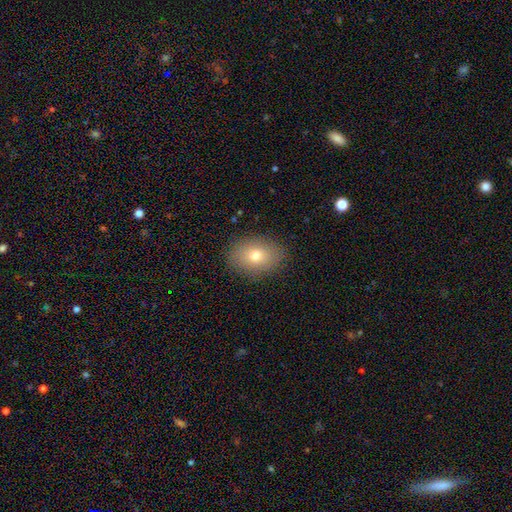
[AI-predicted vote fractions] Smooth or featured? Predicted: smooth (p=0.74). How rounded? Predicted: in between (p=0.71). Merging? Predicted: none (p=0.88).